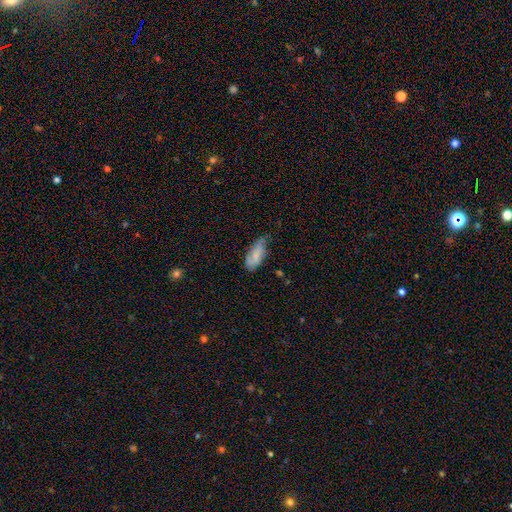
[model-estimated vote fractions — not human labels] Morphology: type=smooth (71%); roundness=in between (84%); merging=none (48%).